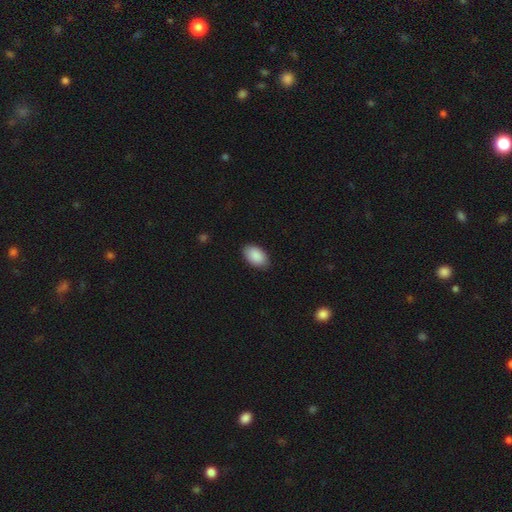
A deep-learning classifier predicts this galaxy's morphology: Smooth or featured? smooth (90%)
How rounded? in between (93%)
Merging? none (85%)